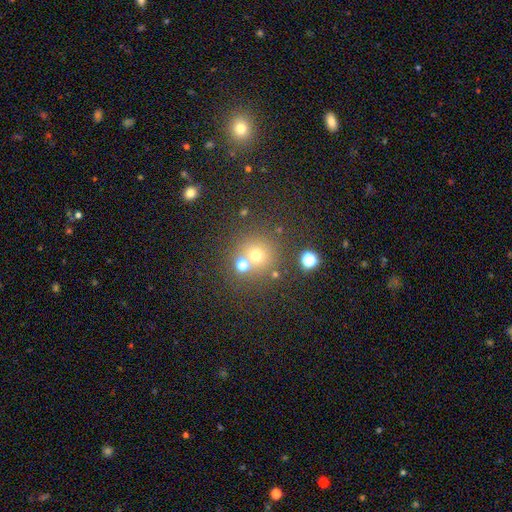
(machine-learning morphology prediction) Smooth or featured: smooth — 64% (star or artifact — 25%)
How rounded: round — 91% (in between — 9%)
Merging: none — 68% (merger — 20%)